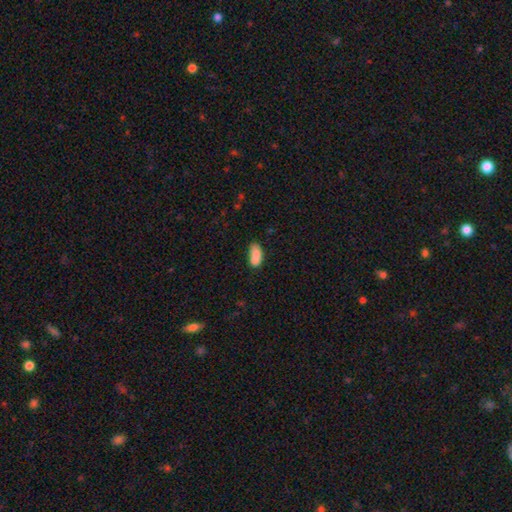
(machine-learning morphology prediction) Overall: smooth (78%). How rounded: in between (89%). Merging: none (48%; merger 26%).